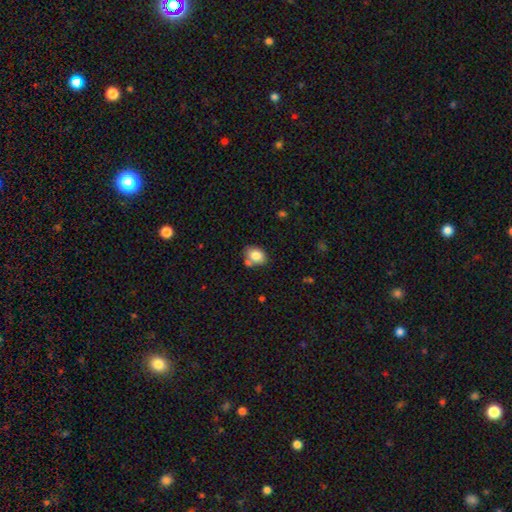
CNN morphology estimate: Smooth or featured? Predicted: smooth (p=0.83). How rounded? Predicted: in between (p=0.68). Merging? Predicted: none (p=0.61).